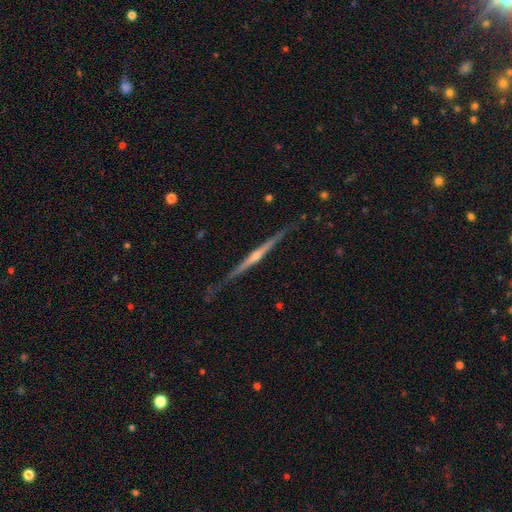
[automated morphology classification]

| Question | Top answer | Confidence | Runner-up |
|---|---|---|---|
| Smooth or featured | featured or disk | 85% | smooth (9%) |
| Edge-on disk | yes | 98% | no (2%) |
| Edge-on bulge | rounded | 79% | none (15%) |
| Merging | none | 85% | minor disturbance (12%) |